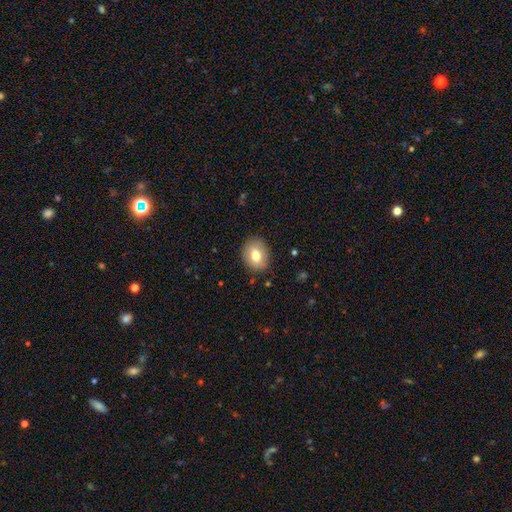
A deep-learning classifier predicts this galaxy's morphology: Smooth or featured? Predicted: smooth (p=0.76). How rounded? Predicted: in between (p=0.58). Merging? Predicted: none (p=0.85).